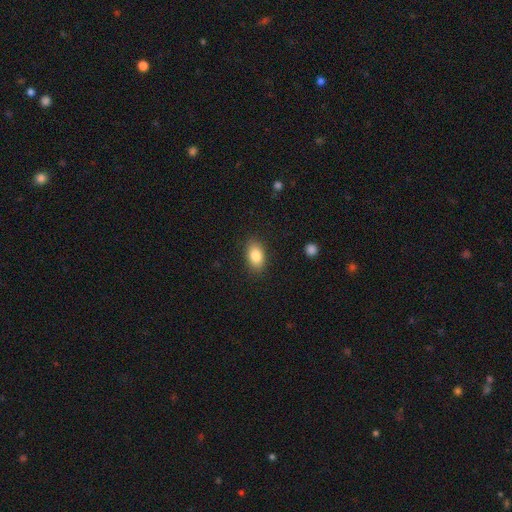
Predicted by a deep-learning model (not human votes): Smooth or featured?
  - smooth: 84% *
  - featured or disk: 8%
  - star or artifact: 8%
How rounded?
  - in between: 89% *
  - round: 9%
  - cigar-shaped: 2%
Merging?
  - none: 87% *
  - minor disturbance: 10%
  - major disturbance: 3%
  - merger: 1%